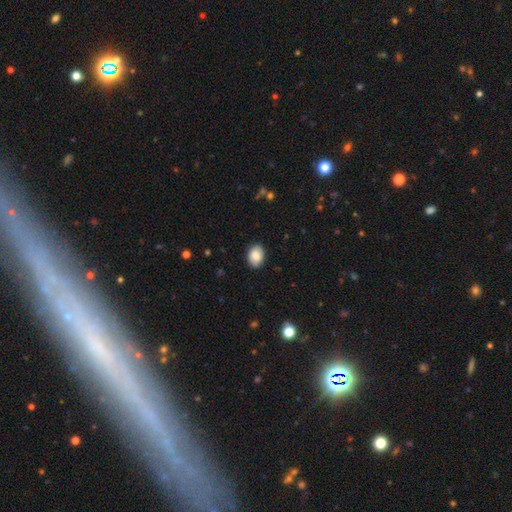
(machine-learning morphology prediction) This is clearly a smooth galaxy (85%). How rounded: likely in between (75%). Merging: clearly none (88%).